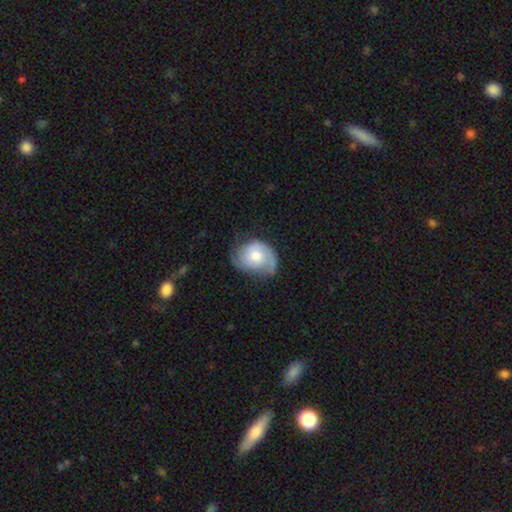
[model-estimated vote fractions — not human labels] Q: Smooth or featured?
A: featured or disk (56%); runner-up: smooth (37%)
Q: Edge-on disk?
A: no (97%); runner-up: yes (3%)
Q: Bar?
A: no (78%); runner-up: weak (19%)
Q: Spiral arms?
A: yes (84%); runner-up: no (16%)
Q: Bulge size?
A: moderate (63%); runner-up: small (22%)
Q: Merging?
A: none (50%); runner-up: minor disturbance (32%)